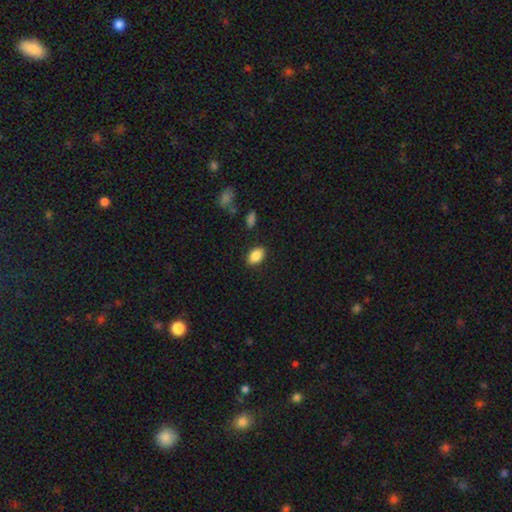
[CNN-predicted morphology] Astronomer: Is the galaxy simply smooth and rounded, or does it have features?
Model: smooth — 87%.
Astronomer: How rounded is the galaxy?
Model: in between — 87%.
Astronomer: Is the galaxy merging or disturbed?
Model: none — 86%.